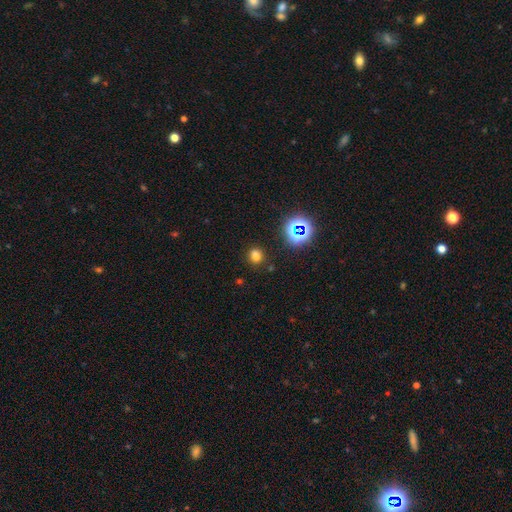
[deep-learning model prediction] smooth 70%, star or artifact 24%, featured or disk 6%. Down the decision tree: how rounded — round (76%); merging — none (84%).